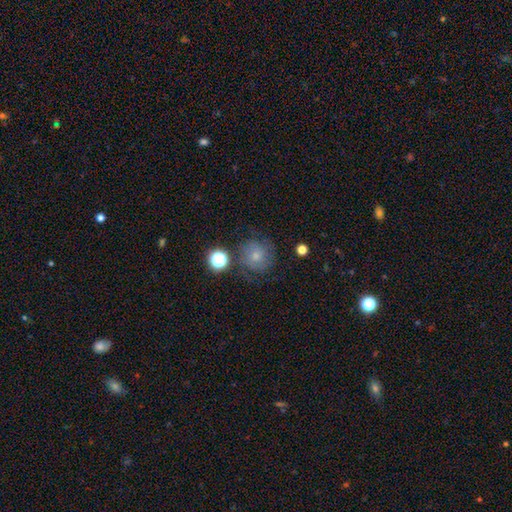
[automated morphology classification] Smooth or featured? Predicted: smooth (p=0.64). How rounded? Predicted: round (p=0.92). Merging? Predicted: none (p=0.69).